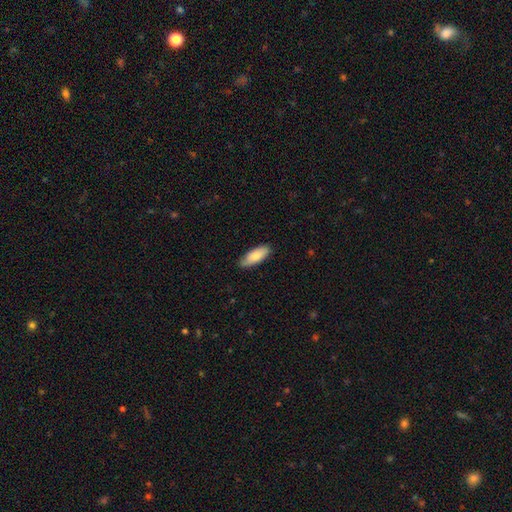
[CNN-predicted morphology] Smooth or featured: smooth — 81% (featured or disk — 13%)
How rounded: in between — 73% (cigar-shaped — 25%)
Merging: none — 82% (minor disturbance — 15%)